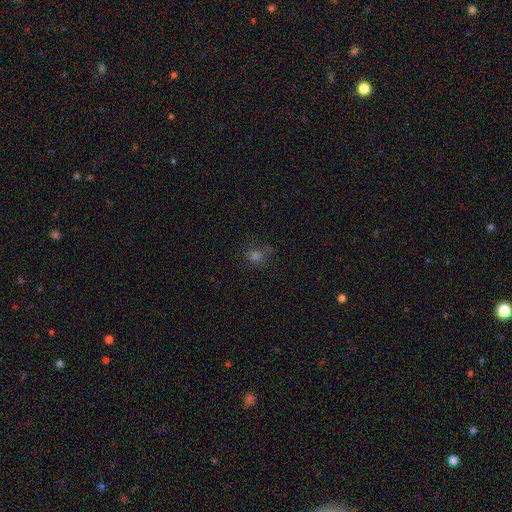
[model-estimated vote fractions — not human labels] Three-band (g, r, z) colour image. It shows a smooth galaxy with no disk features (63%) that is round (81%). Merging: none (72%).